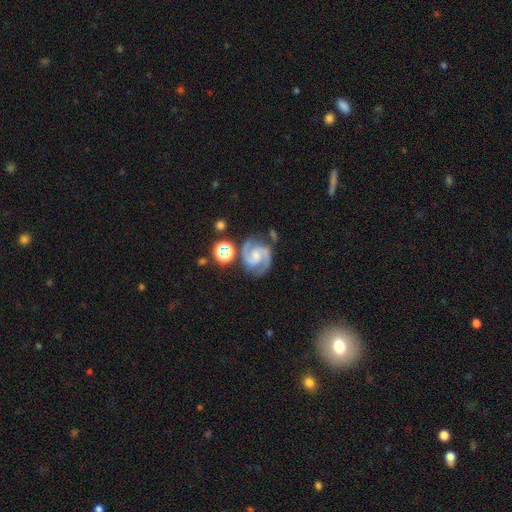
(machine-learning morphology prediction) Smooth or featured: featured or disk — 89% (star or artifact — 6%)
Edge-on disk: no — 98% (yes — 2%)
Bar: no — 45% (weak — 41%)
Spiral arms: yes — 98% (no — 2%)
Spiral winding: medium — 56% (tight — 36%)
Spiral arm count: 2 — 91% (3 — 3%)
Bulge size: small — 41% (moderate — 32%)
Merging: none — 75% (minor disturbance — 15%)